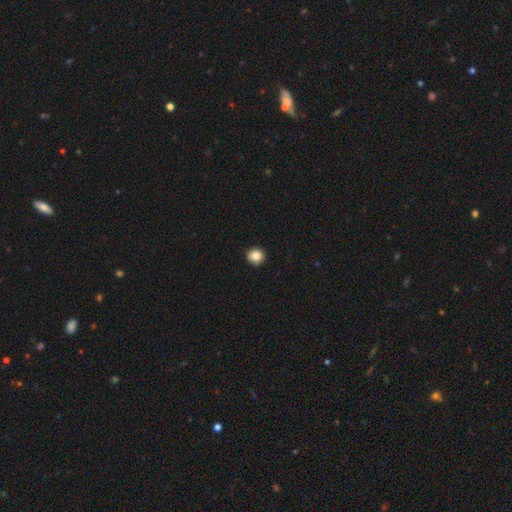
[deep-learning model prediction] Q: Smooth or featured?
A: smooth (84%); runner-up: star or artifact (10%)
Q: How rounded?
A: round (92%); runner-up: in between (7%)
Q: Merging?
A: none (93%); runner-up: minor disturbance (5%)